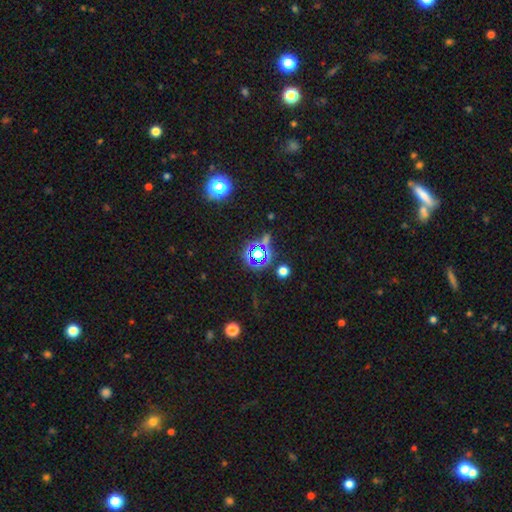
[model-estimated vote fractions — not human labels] smooth-or-featured: star or artifact: 68% | smooth: 22% | featured or disk: 10%